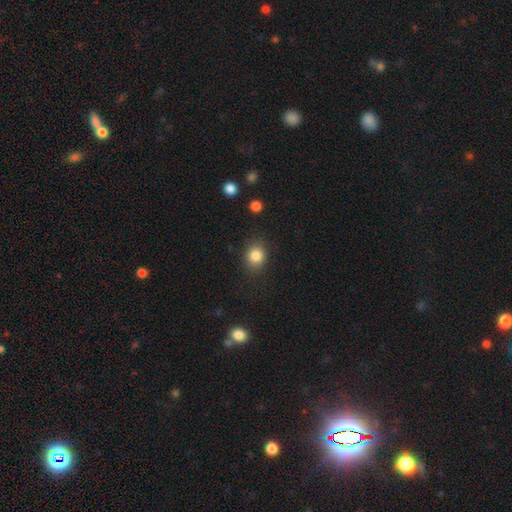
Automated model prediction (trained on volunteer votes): smooth 84%, star or artifact 10%, featured or disk 6%. Down the decision tree: how rounded — round (67%); merging — none (82%).